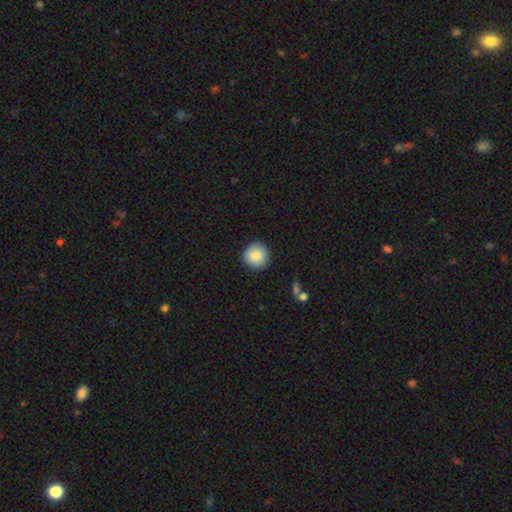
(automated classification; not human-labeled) Smooth or featured?
  - smooth: 84% *
  - featured or disk: 8%
  - star or artifact: 8%
How rounded?
  - round: 94% *
  - in between: 5%
  - cigar-shaped: 1%
Merging?
  - none: 90% *
  - minor disturbance: 7%
  - major disturbance: 2%
  - merger: 1%